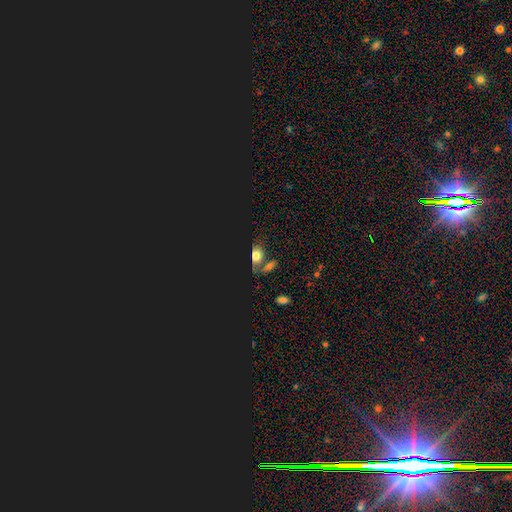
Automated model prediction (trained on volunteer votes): This appears to be a star or artifact, not a galaxy (46%).